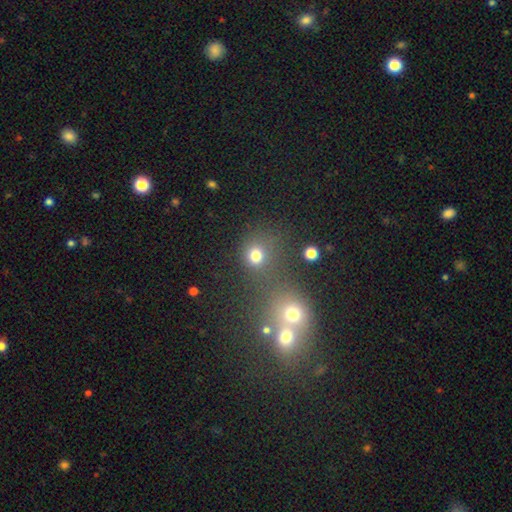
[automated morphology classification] Smooth or featured?
  - smooth: 76% *
  - star or artifact: 18%
  - featured or disk: 7%
How rounded?
  - round: 85% *
  - in between: 14%
  - cigar-shaped: 1%
Merging?
  - none: 63% *
  - merger: 22%
  - minor disturbance: 9%
  - major disturbance: 6%